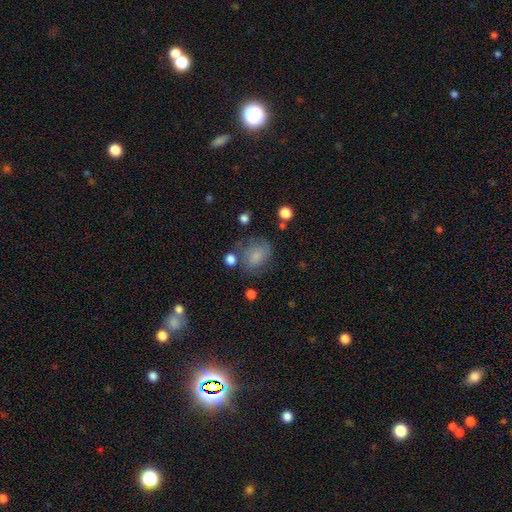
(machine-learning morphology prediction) This is likely a smooth galaxy (73%). How rounded: possibly round (50%). Merging: possibly none (57%).